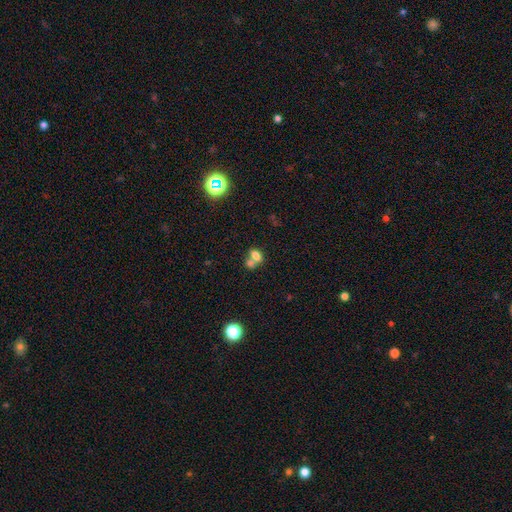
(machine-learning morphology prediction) Smooth or featured: smooth — 73% (featured or disk — 14%)
How rounded: in between — 74% (round — 24%)
Merging: merger — 57% (none — 31%)